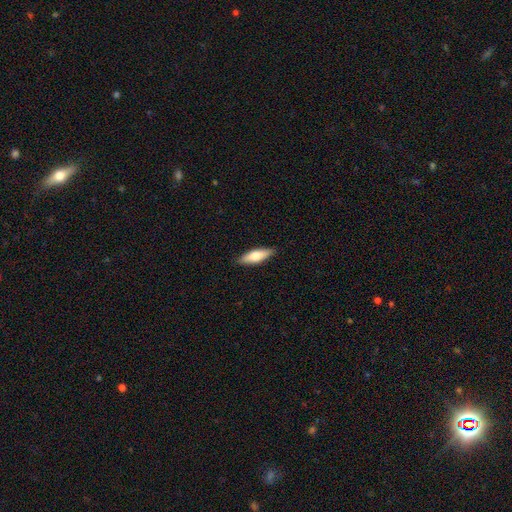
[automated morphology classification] Q: Smooth or featured?
A: smooth (63%); runner-up: featured or disk (31%)
Q: How rounded?
A: cigar-shaped (50%); runner-up: in between (48%)
Q: Merging?
A: none (89%); runner-up: minor disturbance (8%)